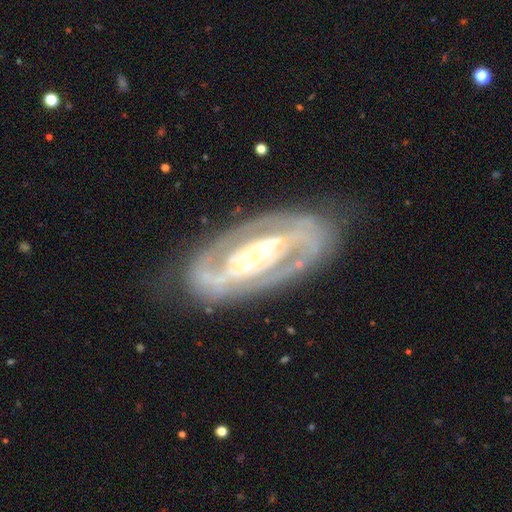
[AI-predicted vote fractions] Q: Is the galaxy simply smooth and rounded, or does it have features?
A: featured or disk — 86%.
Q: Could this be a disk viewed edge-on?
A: no — 92%.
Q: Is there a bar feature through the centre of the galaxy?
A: strong — 44%.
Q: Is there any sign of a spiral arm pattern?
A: yes — 89%.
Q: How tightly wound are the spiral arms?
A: tight — 52%.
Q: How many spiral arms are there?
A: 2 — 70%.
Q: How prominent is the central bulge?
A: small — 47%.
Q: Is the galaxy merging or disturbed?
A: none — 75%.